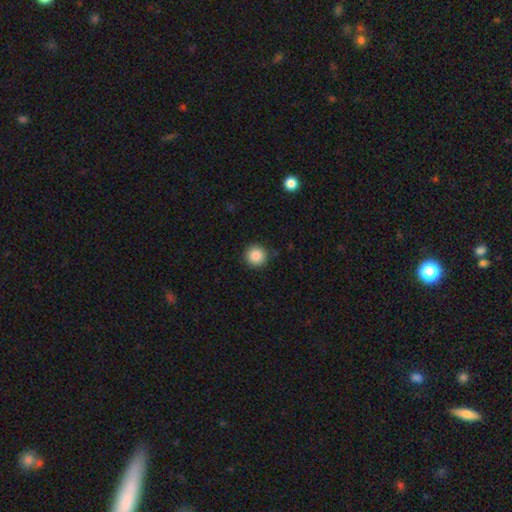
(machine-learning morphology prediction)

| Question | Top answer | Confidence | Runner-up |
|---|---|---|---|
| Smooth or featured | smooth | 86% | star or artifact (9%) |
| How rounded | round | 95% | in between (4%) |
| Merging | none | 90% | minor disturbance (7%) |